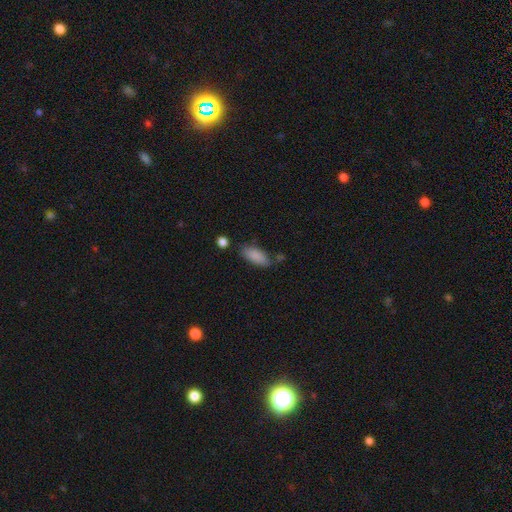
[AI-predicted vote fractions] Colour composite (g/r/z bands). It shows a smooth galaxy with no disk features (87%) that is in between round and cigar-shaped (84%). Merging: none (69%).